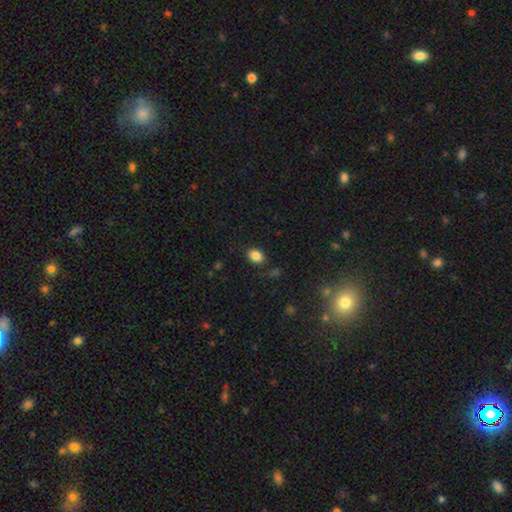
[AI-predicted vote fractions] smooth 86%, star or artifact 10%, featured or disk 5%. Down the decision tree: how rounded — in between (75%); merging — none (84%).